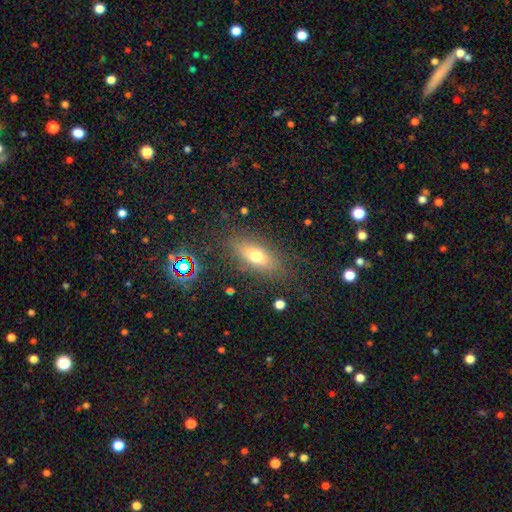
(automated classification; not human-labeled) This is likely a smooth galaxy (66%). How rounded: likely in between (74%). Merging: likely none (80%).